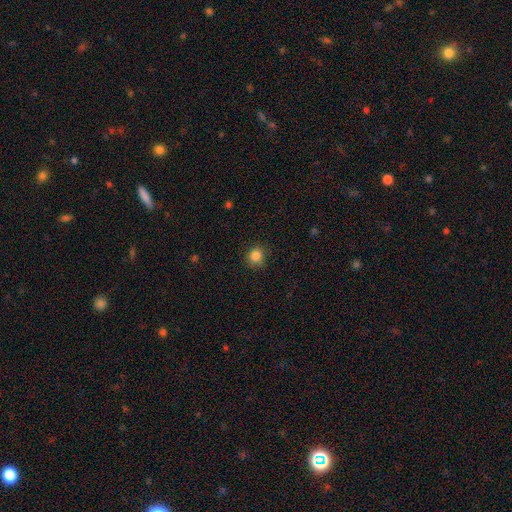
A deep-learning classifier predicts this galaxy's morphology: This is clearly a smooth galaxy (85%). How rounded: clearly round (86%). Merging: clearly none (81%).